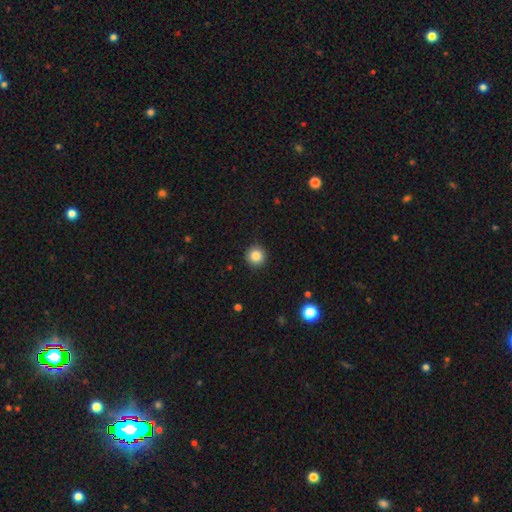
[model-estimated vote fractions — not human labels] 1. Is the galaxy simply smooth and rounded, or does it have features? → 84% smooth, 11% star or artifact, 5% featured or disk.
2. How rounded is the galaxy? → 95% round, 4% in between, 1% cigar-shaped.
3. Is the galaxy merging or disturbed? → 92% none, 6% minor disturbance, 2% major disturbance, 1% merger.